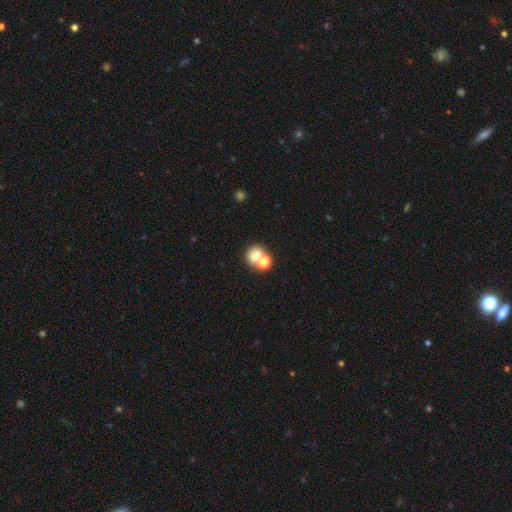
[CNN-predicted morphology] type=smooth (70%); roundness=round (67%); merging=merger (49%).